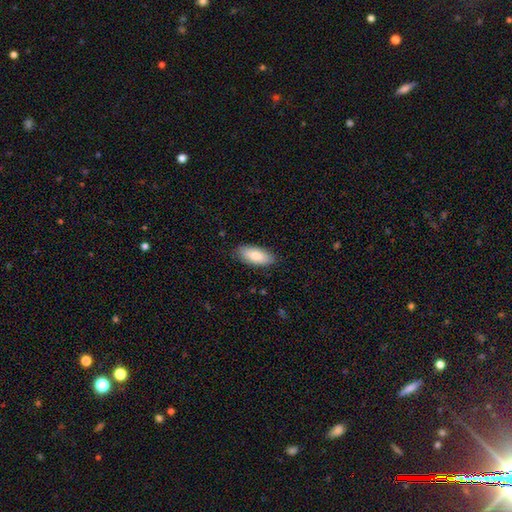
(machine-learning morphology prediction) A smooth galaxy with no disk features (84%) that is in between round and cigar-shaped (87%). Merging: none (85%).